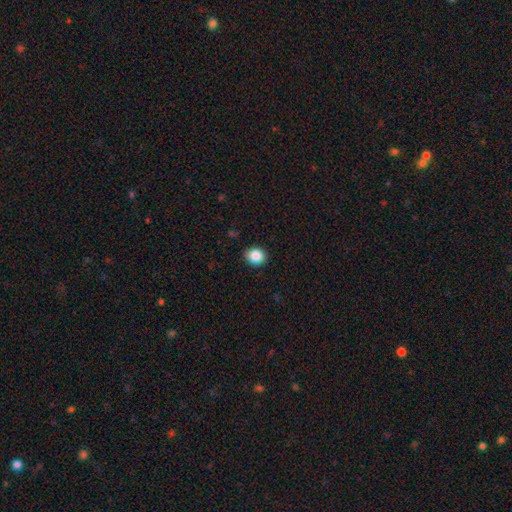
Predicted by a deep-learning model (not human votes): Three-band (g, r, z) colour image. It shows a smooth galaxy with no disk features (87%) that is round (70%). Merging: none (89%).